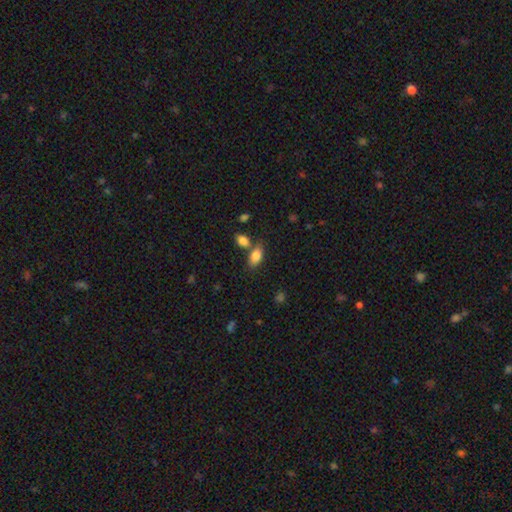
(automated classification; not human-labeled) Smooth or featured? Predicted: smooth (p=0.84). How rounded? Predicted: in between (p=0.89). Merging? Predicted: none (p=0.59).